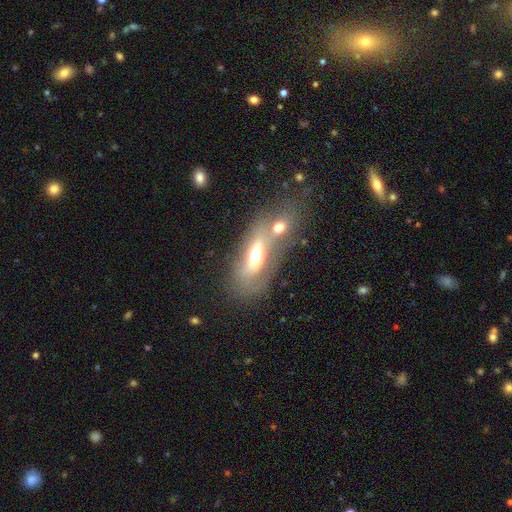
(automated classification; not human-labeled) Smooth or featured? Predicted: smooth (p=0.53). How rounded? Predicted: in between (p=0.79). Merging? Predicted: merger (p=0.53).